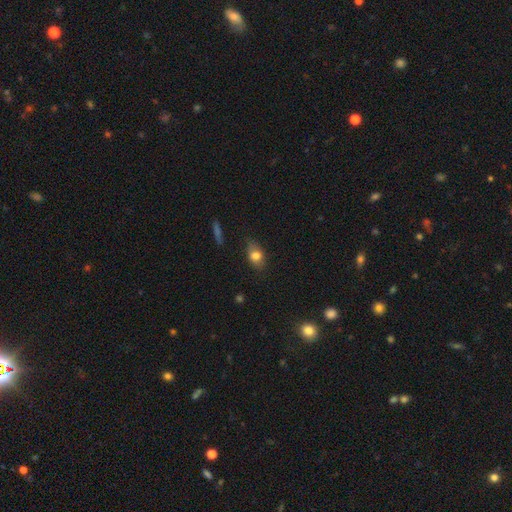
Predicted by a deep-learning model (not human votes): Smooth or featured? smooth (76%)
How rounded? in between (77%)
Merging? none (77%)